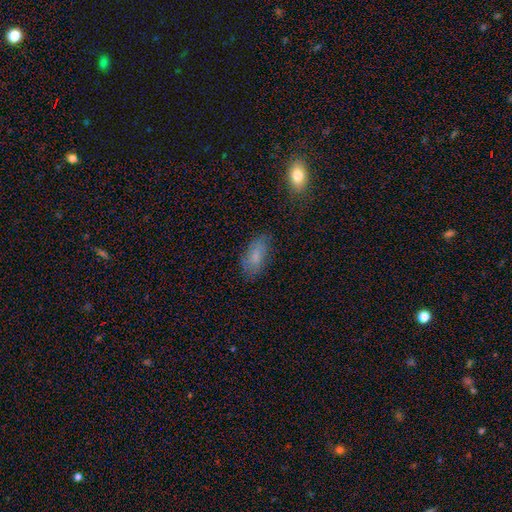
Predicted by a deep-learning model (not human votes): smooth-or-featured: smooth: 75% | featured or disk: 16% | star or artifact: 9%
  how-rounded: in between: 90% | cigar-shaped: 7% | round: 3%
  merging: none: 74% | minor disturbance: 19% | major disturbance: 5% | merger: 2%